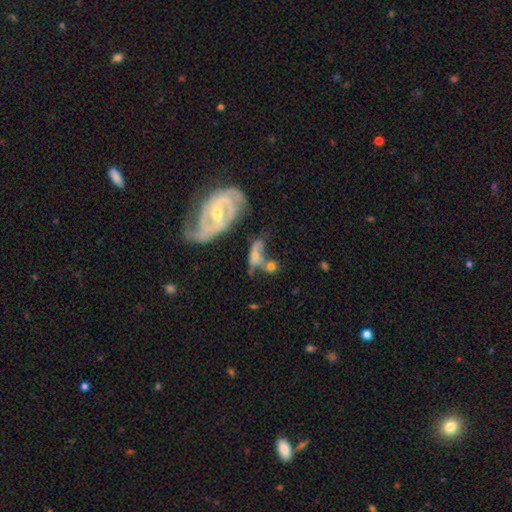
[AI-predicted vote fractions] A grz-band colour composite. It shows a featured or disk galaxy (56%) with no bar (60%), spiral arms (58%) and a moderate central bulge (51%). Merging: merger (39%).